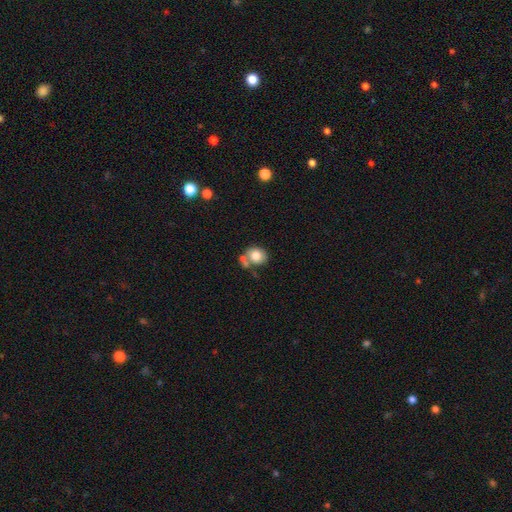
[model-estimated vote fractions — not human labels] Q: Smooth or featured?
A: smooth (75%); runner-up: featured or disk (16%)
Q: How rounded?
A: round (65%); runner-up: in between (35%)
Q: Merging?
A: none (46%); runner-up: merger (29%)